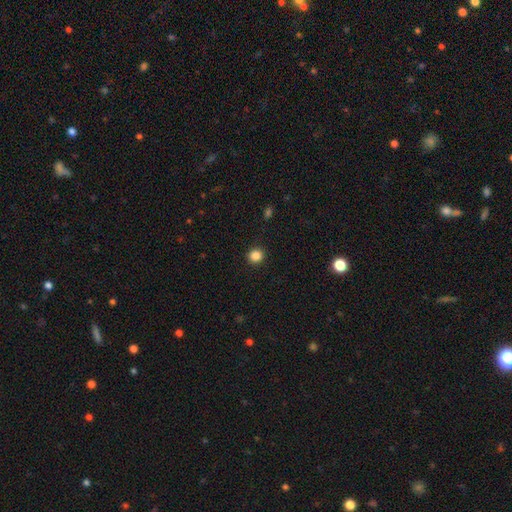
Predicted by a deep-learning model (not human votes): smooth 85%, star or artifact 12%, featured or disk 4%. Down the decision tree: how rounded — round (89%); merging — none (92%).